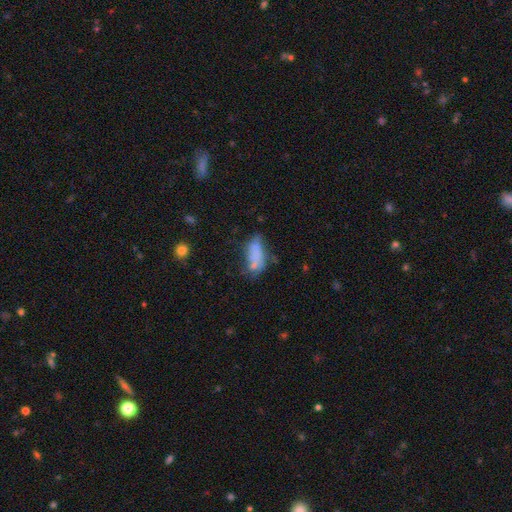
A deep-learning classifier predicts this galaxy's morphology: Overall: smooth (64%; featured or disk 25%). How rounded: in between (83%). Merging: none (36%; minor disturbance 26%).